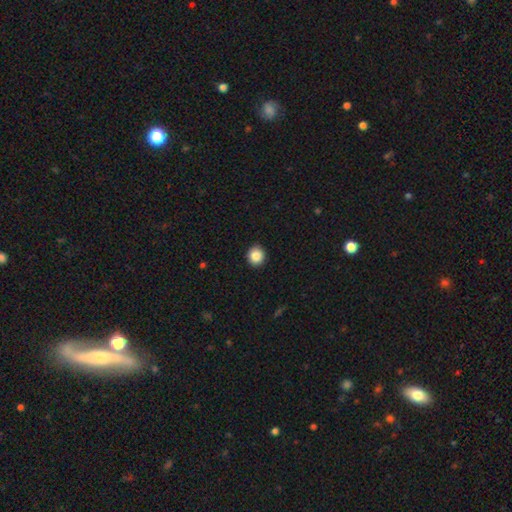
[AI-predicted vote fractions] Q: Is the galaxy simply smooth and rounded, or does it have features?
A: smooth — 87%.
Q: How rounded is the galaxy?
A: round — 89%.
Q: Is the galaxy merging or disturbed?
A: none — 92%.